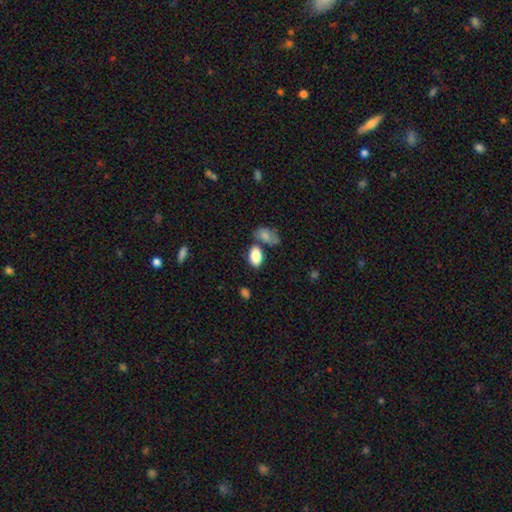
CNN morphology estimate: Smooth or featured? Predicted: smooth (p=0.84). How rounded? Predicted: in between (p=0.92). Merging? Predicted: none (p=0.61).